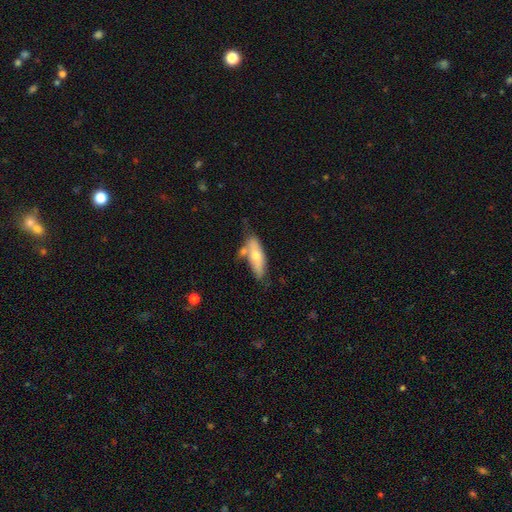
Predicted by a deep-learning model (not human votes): Smooth or featured? Predicted: smooth (p=0.60). How rounded? Predicted: in between (p=0.54). Merging? Predicted: none (p=0.56).